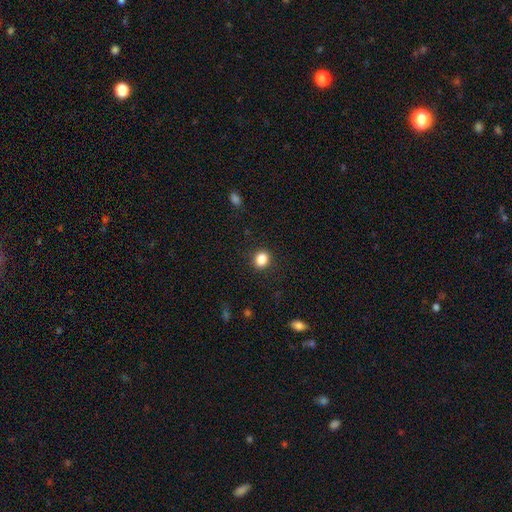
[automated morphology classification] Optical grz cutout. It shows a star or artifact, not a galaxy (48%).